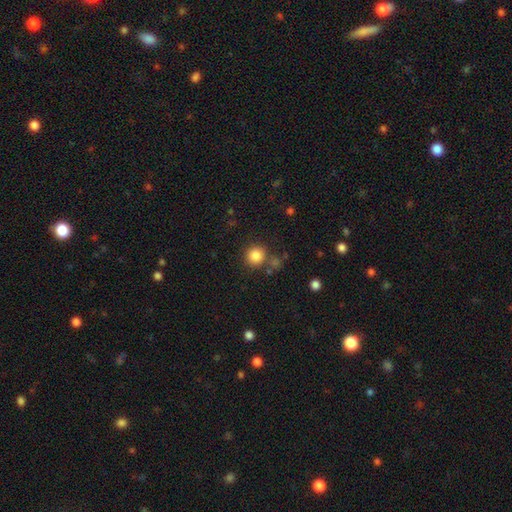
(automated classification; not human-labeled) Morphology: type=smooth (85%); roundness=round (92%); merging=none (79%).